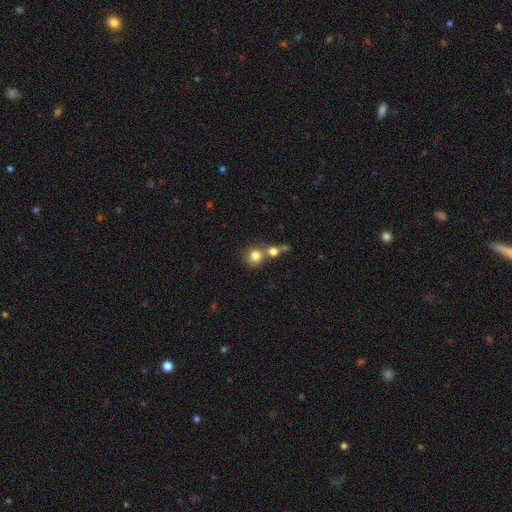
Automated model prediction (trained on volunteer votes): The model was most divided on "merging": none: 46%, merger: 42%, minor disturbance: 8%, major disturbance: 4%. More confident: how rounded — round (86%); smooth or featured — smooth (79%).